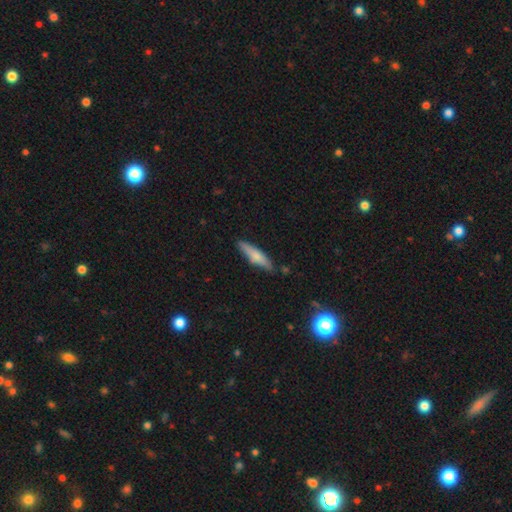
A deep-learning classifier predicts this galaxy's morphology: This appears to be a smooth galaxy with no disk features (66%) that is cigar-shaped (78%). Merging: none (81%).